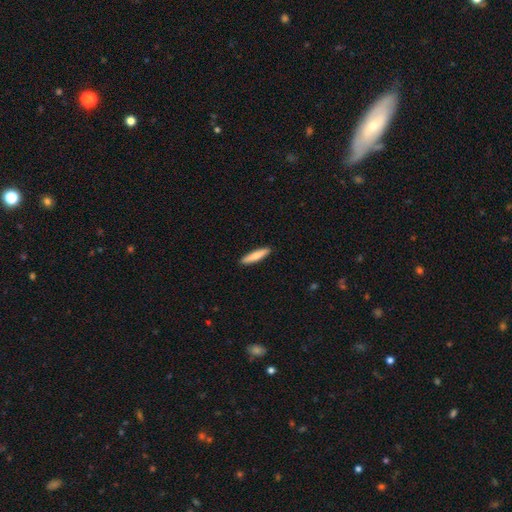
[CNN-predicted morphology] smooth-or-featured: smooth: 76% | featured or disk: 18% | star or artifact: 5%
  how-rounded: cigar-shaped: 84% | in between: 15% | round: 1%
  merging: none: 91% | minor disturbance: 6% | major disturbance: 1% | merger: 1%